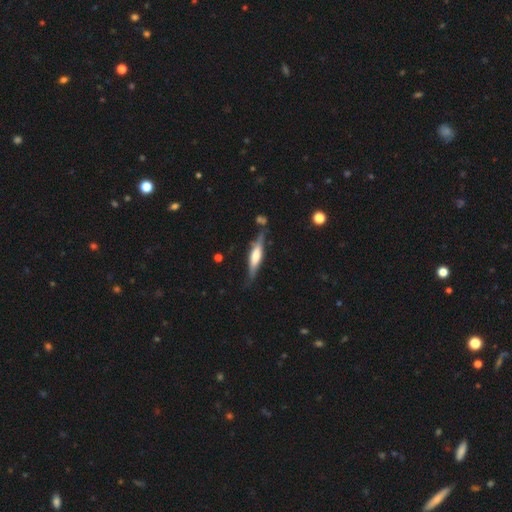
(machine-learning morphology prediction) Overall: featured or disk (60%; smooth 34%). Edge-on disk: yes (93%). Edge-on bulge: rounded (52%; boxy 39%). Merging: none (74%).